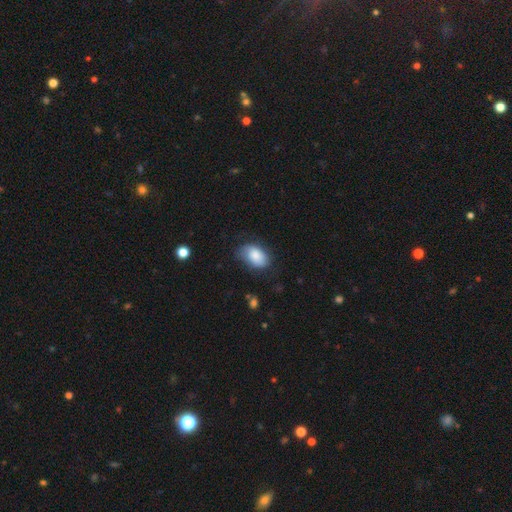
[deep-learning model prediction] Overall: smooth (78%). How rounded: in between (90%). Merging: none (62%; minor disturbance 27%).